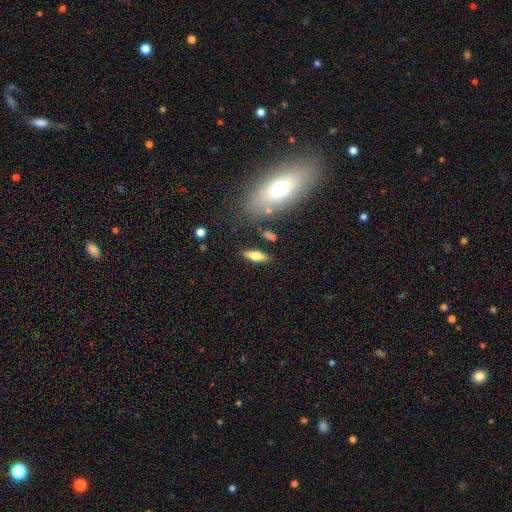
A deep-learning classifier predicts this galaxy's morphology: Overall: smooth (57%; featured or disk 35%). How rounded: in between (58%; cigar-shaped 39%). Merging: none (82%).